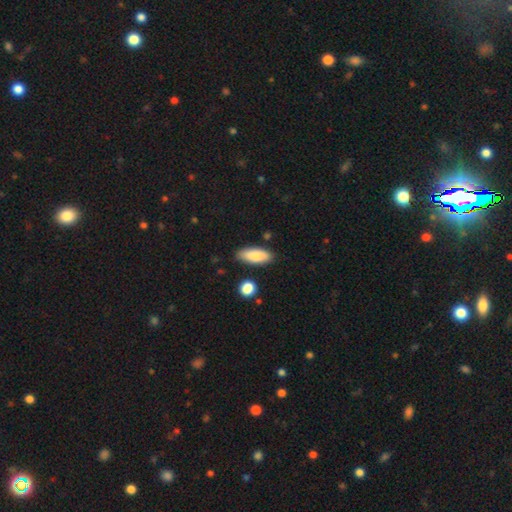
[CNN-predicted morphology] smooth_or_featured: smooth (p=0.85) [alt: featured or disk p=0.09]
how_rounded: in between (p=0.74) [alt: cigar-shaped p=0.24]
merging: none (p=0.84) [alt: minor disturbance p=0.11]